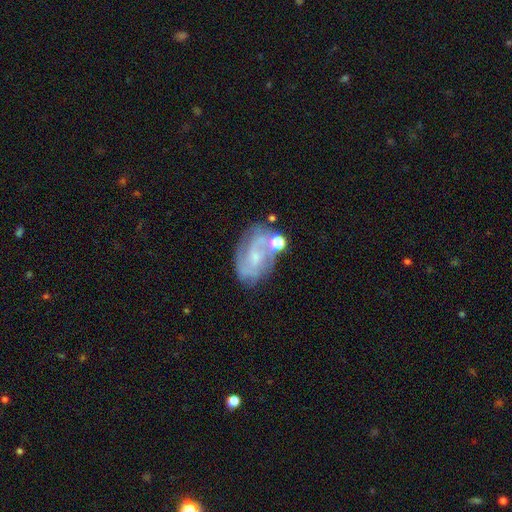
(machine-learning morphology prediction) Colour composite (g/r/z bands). It shows a featured or disk galaxy (73%) with no bar (57%), 2 (48%) medium (44%) spiral arms (87%) and a small central bulge (61%). Merging: none (57%).